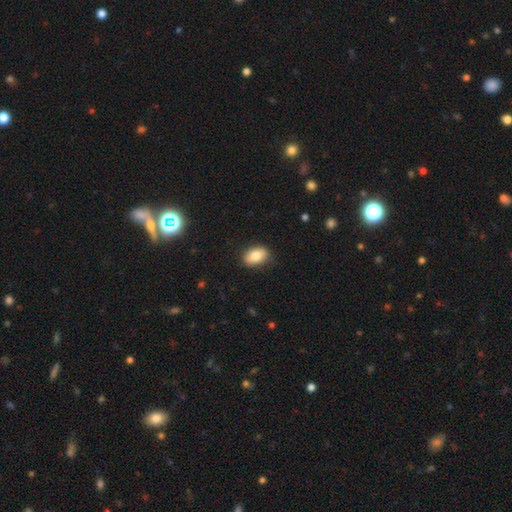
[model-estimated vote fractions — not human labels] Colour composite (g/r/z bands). It shows a smooth galaxy with no disk features (84%) that is in between round and cigar-shaped (88%). Merging: none (84%).